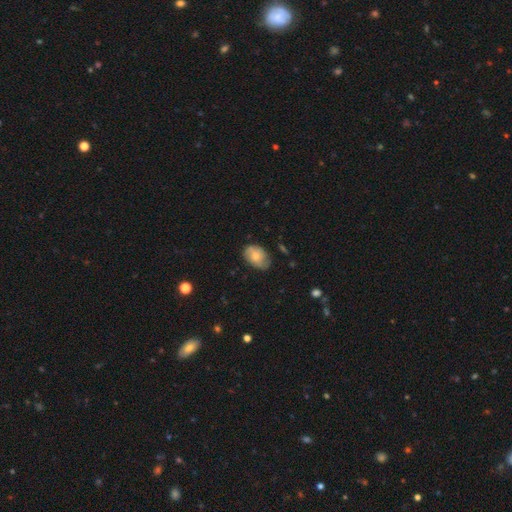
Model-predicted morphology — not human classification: A smooth galaxy with no disk features (56%) that is in between round and cigar-shaped (84%).

Vote fractions:
- Smooth or featured? smooth: 56% / featured or disk: 36% / star or artifact: 8%
- How rounded? in between: 84% / round: 15% / cigar-shaped: 1%
- Merging? none: 70% / minor disturbance: 24% / major disturbance: 5% / merger: 1%